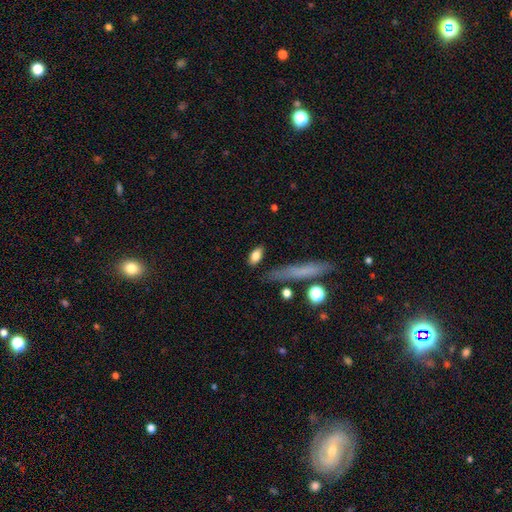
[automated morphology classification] type=smooth (80%); roundness=in between (83%); merging=none (79%).